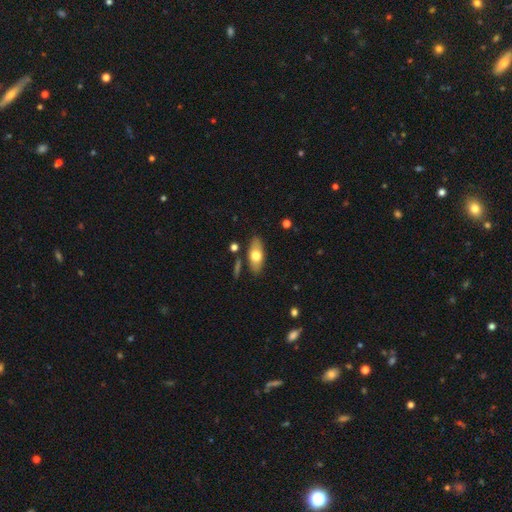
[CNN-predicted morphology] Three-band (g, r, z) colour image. It shows a smooth galaxy with no disk features (65%) that is in between round and cigar-shaped (82%). Merging: none (84%).